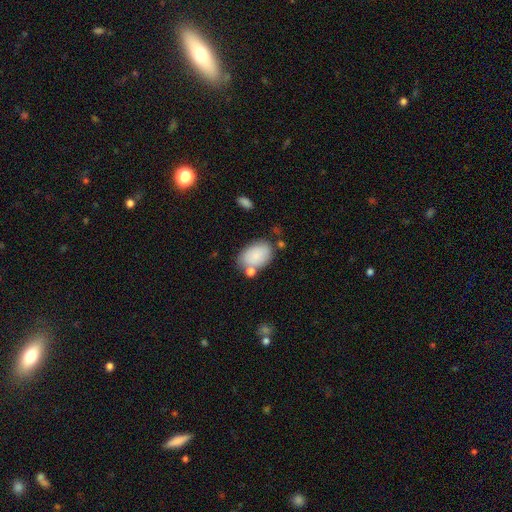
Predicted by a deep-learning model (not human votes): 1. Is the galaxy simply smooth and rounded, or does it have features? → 85% smooth, 8% featured or disk, 7% star or artifact.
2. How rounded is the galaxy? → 89% in between, 10% round, 1% cigar-shaped.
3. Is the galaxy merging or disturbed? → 63% none, 18% minor disturbance, 13% merger, 6% major disturbance.